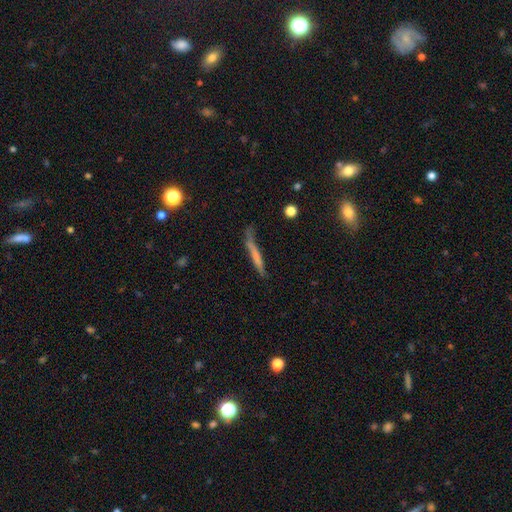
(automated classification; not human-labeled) Overall: smooth (57%; featured or disk 35%). How rounded: cigar-shaped (94%). Merging: none (59%; minor disturbance 25%).